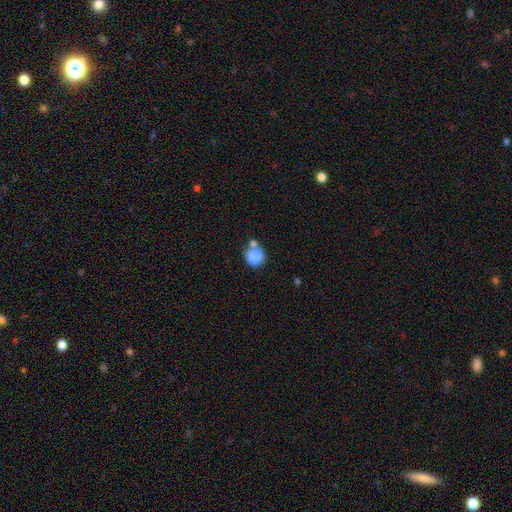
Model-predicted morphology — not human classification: Q: Smooth or featured?
A: smooth (83%); runner-up: featured or disk (9%)
Q: How rounded?
A: round (86%); runner-up: in between (13%)
Q: Merging?
A: none (51%); runner-up: merger (31%)